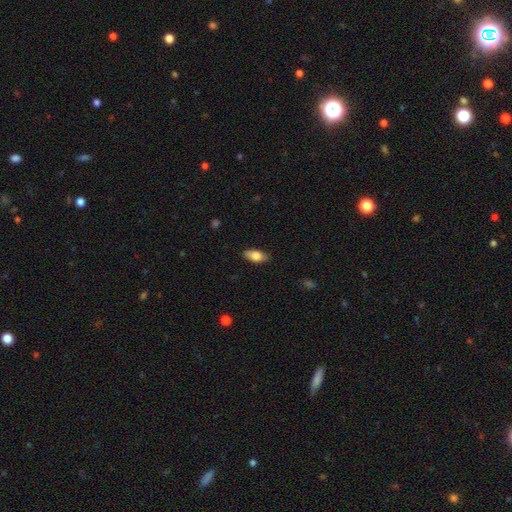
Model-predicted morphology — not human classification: Smooth or featured? smooth (81%)
How rounded? in between (88%)
Merging? none (86%)